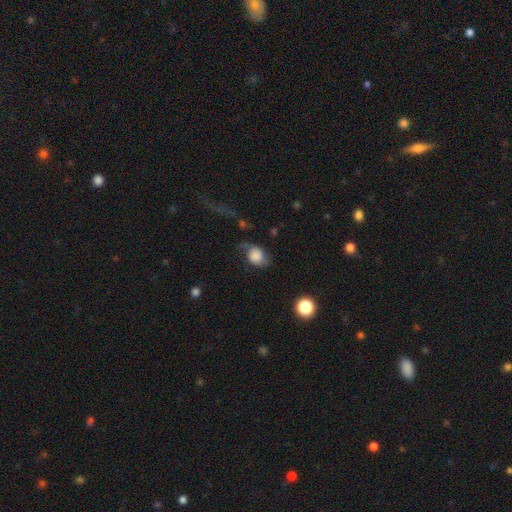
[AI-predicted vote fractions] A smooth galaxy with no disk features (55%) that is in between round and cigar-shaped (54%).

Vote fractions:
- Smooth or featured? smooth: 55% / featured or disk: 35% / star or artifact: 10%
- How rounded? in between: 54% / round: 45% / cigar-shaped: 1%
- Merging? none: 40% / minor disturbance: 29% / major disturbance: 28% / merger: 4%